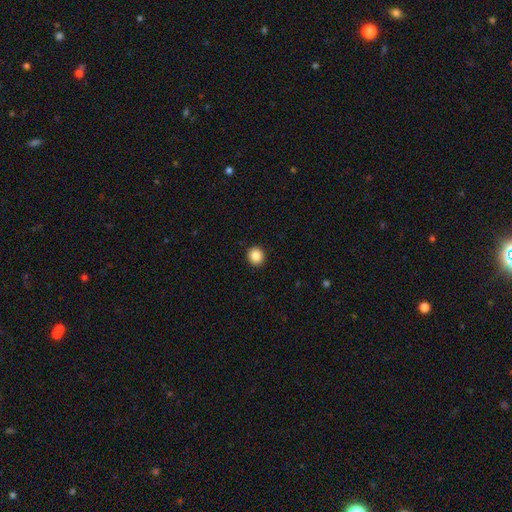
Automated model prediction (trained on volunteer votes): This appears to be a smooth galaxy with no disk features (87%) that is round (87%). Merging: none (93%).